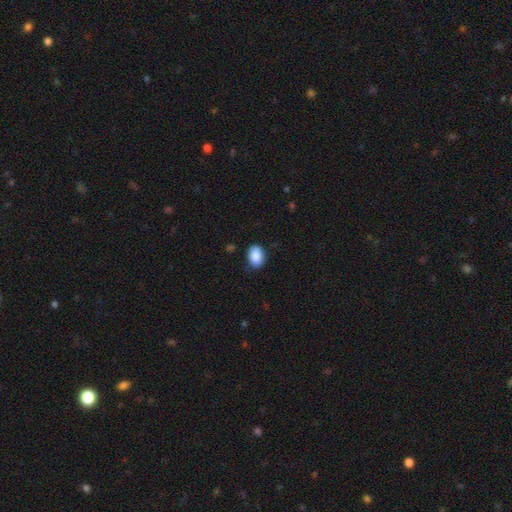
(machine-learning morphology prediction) This is clearly a smooth galaxy (89%). How rounded: clearly in between (80%). Merging: clearly none (81%).